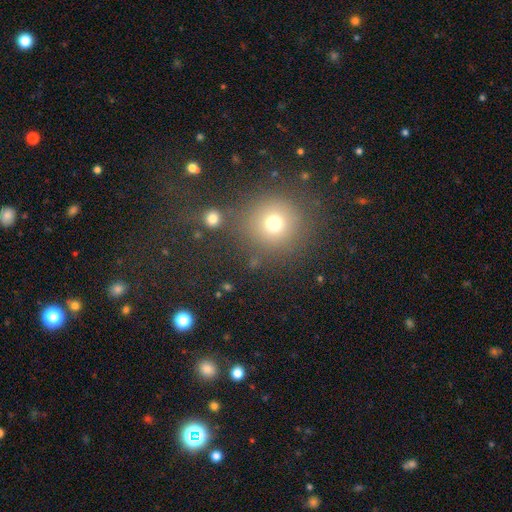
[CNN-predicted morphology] type=smooth (64%); roundness=round (92%); merging=none (79%).